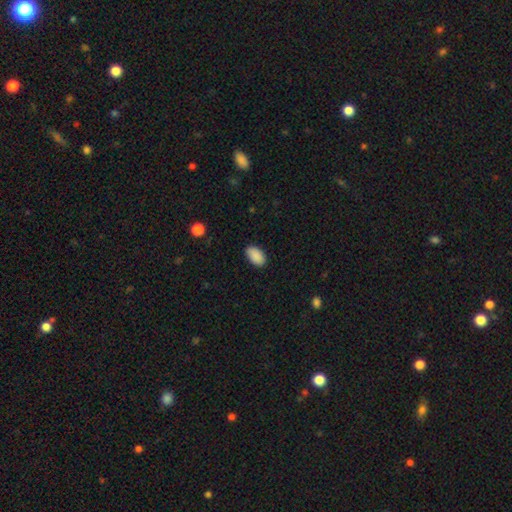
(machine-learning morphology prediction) This appears to be a smooth galaxy with no disk features (90%) that is in between round and cigar-shaped (94%). Merging: none (86%).